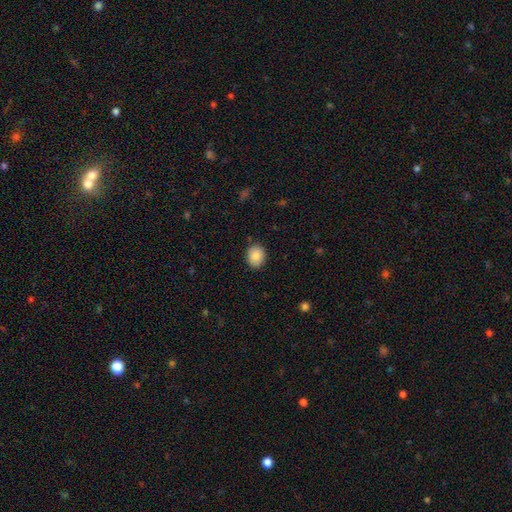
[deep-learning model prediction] Smooth or featured?
  - smooth: 85% *
  - star or artifact: 8%
  - featured or disk: 7%
How rounded?
  - round: 56% *
  - in between: 43%
  - cigar-shaped: 1%
Merging?
  - none: 87% *
  - minor disturbance: 10%
  - major disturbance: 2%
  - merger: 1%